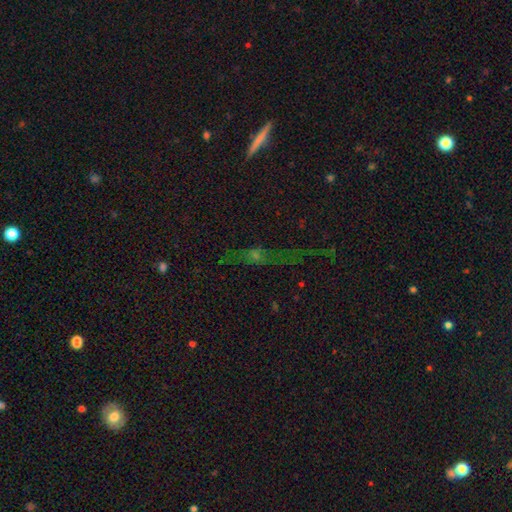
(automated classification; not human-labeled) Q: Smooth or featured?
A: star or artifact (39%); runner-up: featured or disk (34%)